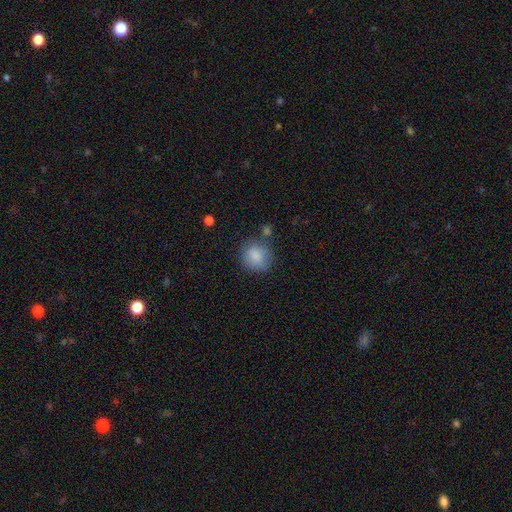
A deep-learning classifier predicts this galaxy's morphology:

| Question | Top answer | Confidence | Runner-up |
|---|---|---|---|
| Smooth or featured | smooth | 85% | star or artifact (8%) |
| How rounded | round | 76% | in between (23%) |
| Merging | none | 67% | minor disturbance (19%) |